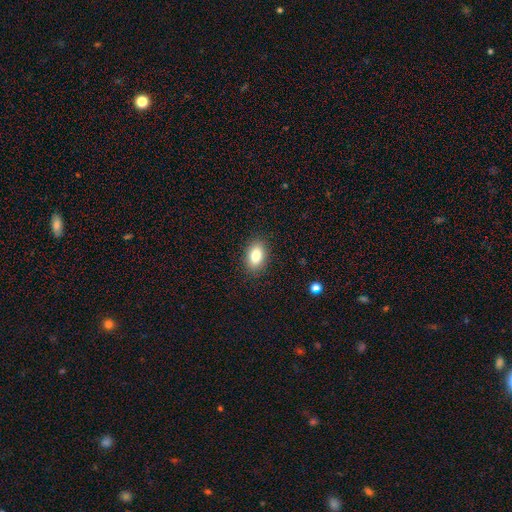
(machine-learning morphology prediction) Smooth or featured?
  - smooth: 83% *
  - featured or disk: 9%
  - star or artifact: 8%
How rounded?
  - in between: 88% *
  - round: 10%
  - cigar-shaped: 2%
Merging?
  - none: 88% *
  - minor disturbance: 8%
  - major disturbance: 2%
  - merger: 1%